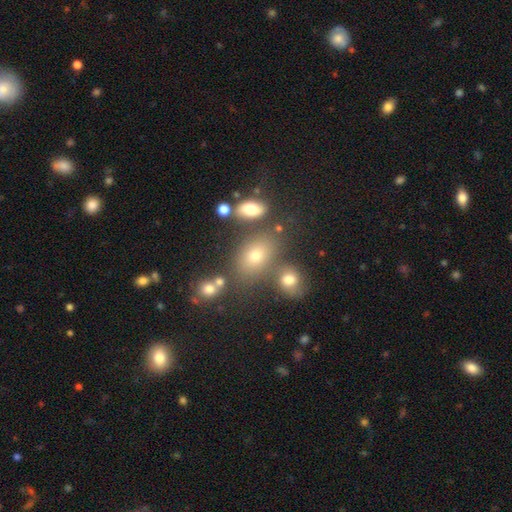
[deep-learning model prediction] This appears to be a smooth galaxy with no disk features (69%) that is in between round and cigar-shaped (76%). Merging: none (64%).